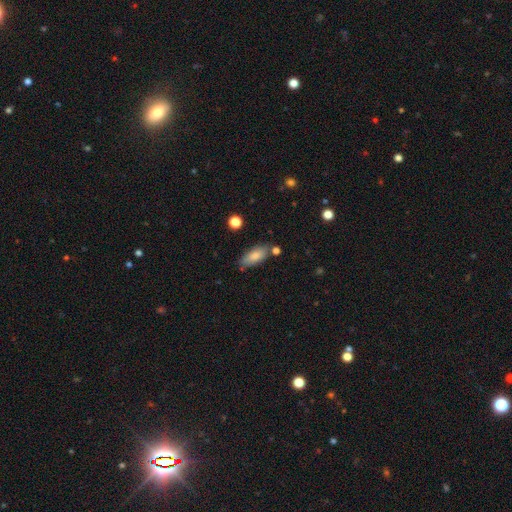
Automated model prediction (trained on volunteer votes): smooth-or-featured: smooth: 80% | featured or disk: 13% | star or artifact: 7%
  how-rounded: in between: 80% | cigar-shaped: 18% | round: 2%
  merging: none: 71% | minor disturbance: 18% | merger: 7% | major disturbance: 4%